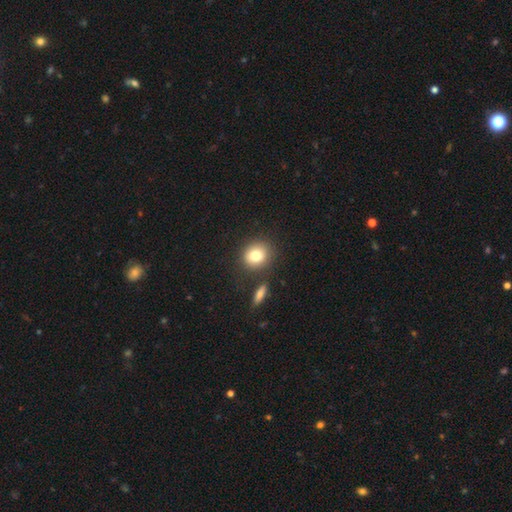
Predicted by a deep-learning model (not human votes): smooth-or-featured: smooth: 79% | featured or disk: 11% | star or artifact: 10%
  how-rounded: round: 81% | in between: 18% | cigar-shaped: 1%
  merging: none: 77% | minor disturbance: 10% | merger: 10% | major disturbance: 3%